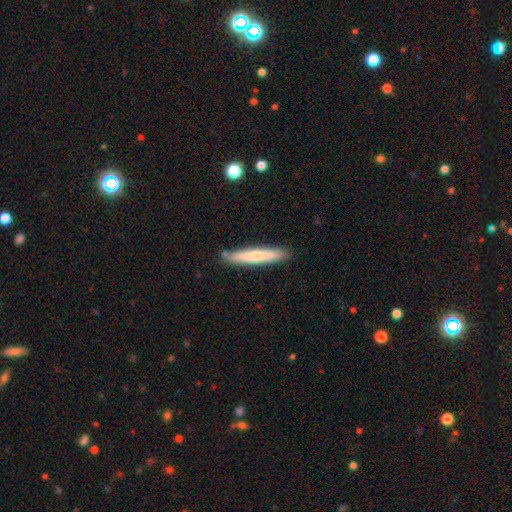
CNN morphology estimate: The model was most divided on "smooth or featured": smooth: 65%, featured or disk: 29%, star or artifact: 5%. More confident: how rounded — cigar-shaped (94%); merging — none (86%).